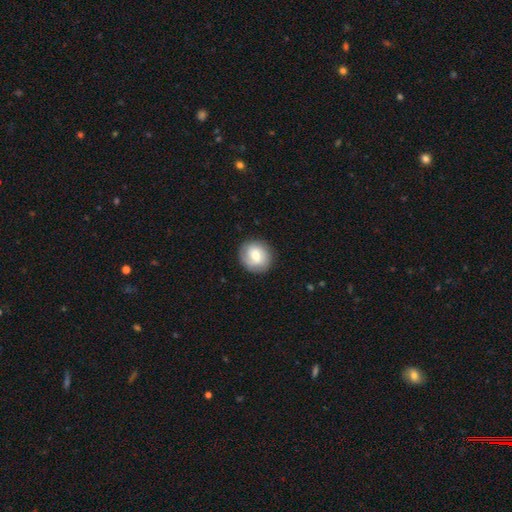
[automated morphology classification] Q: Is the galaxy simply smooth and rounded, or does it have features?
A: smooth — 56%.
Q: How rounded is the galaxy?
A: round — 84%.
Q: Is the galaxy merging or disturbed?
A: none — 85%.